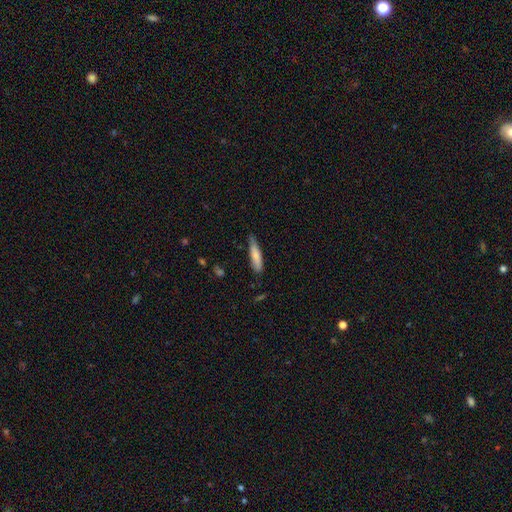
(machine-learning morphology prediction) Smooth or featured? smooth (74%)
How rounded? cigar-shaped (76%)
Merging? none (67%)